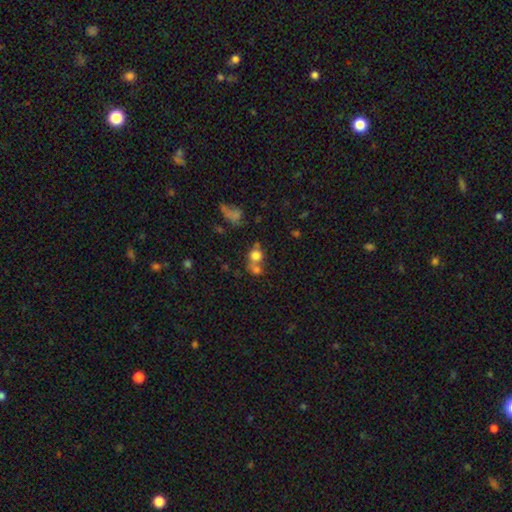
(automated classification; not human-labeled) smooth-or-featured: smooth: 73% | star or artifact: 14% | featured or disk: 13%
  how-rounded: round: 75% | in between: 24% | cigar-shaped: 1%
  merging: merger: 51% | none: 34% | minor disturbance: 9% | major disturbance: 6%